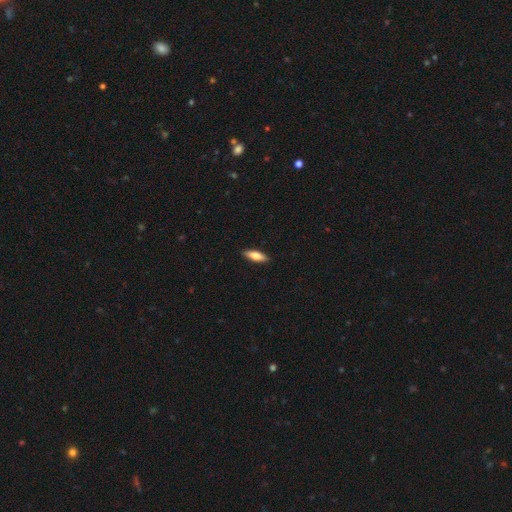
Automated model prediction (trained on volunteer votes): smooth 75%, featured or disk 19%, star or artifact 6%. Down the decision tree: how rounded — in between (50%); merging — none (90%).